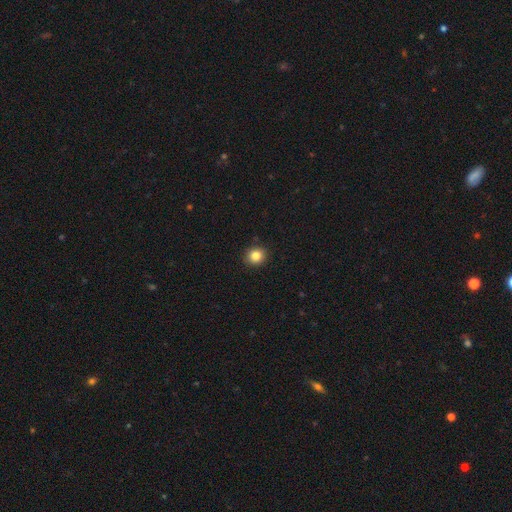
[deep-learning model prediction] Overall: smooth (84%). How rounded: round (85%). Merging: none (91%).